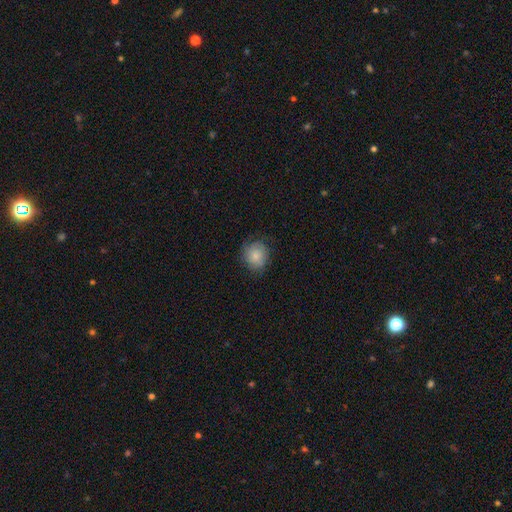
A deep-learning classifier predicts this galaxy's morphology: Smooth or featured? smooth (80%)
How rounded? round (82%)
Merging? none (75%)